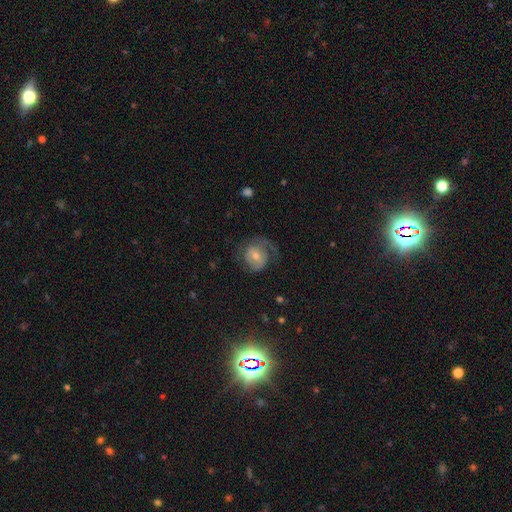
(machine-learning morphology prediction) A featured or disk galaxy (60%) with no bar (46%), spiral arms (81%) and a moderate central bulge (53%). Merging: none (50%).